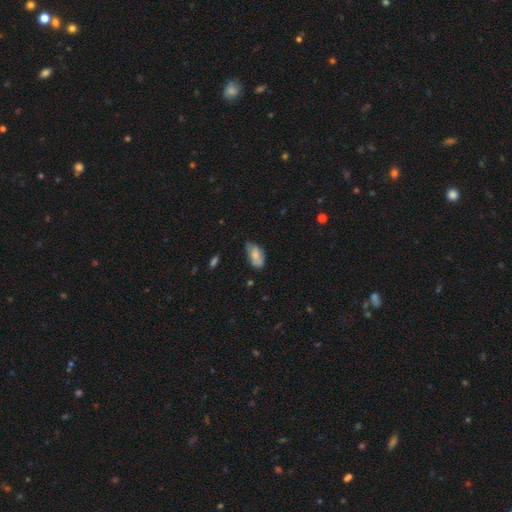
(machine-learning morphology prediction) A smooth galaxy with no disk features (67%) that is in between round and cigar-shaped (92%). Merging: none (47%).